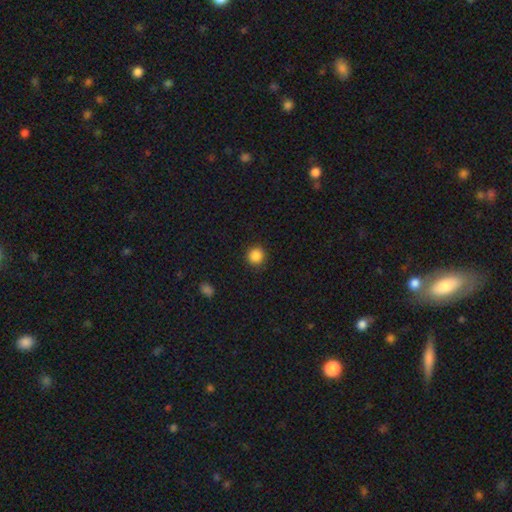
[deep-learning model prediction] Smooth or featured: smooth — 87% (star or artifact — 10%)
How rounded: round — 94% (in between — 5%)
Merging: none — 91% (minor disturbance — 6%)